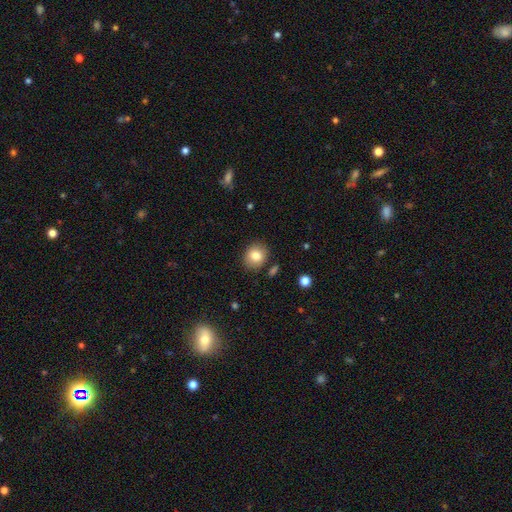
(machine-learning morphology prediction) smooth-or-featured: smooth: 82% | star or artifact: 9% | featured or disk: 8%
  how-rounded: round: 75% | in between: 24% | cigar-shaped: 1%
  merging: none: 85% | minor disturbance: 10% | merger: 3% | major disturbance: 3%